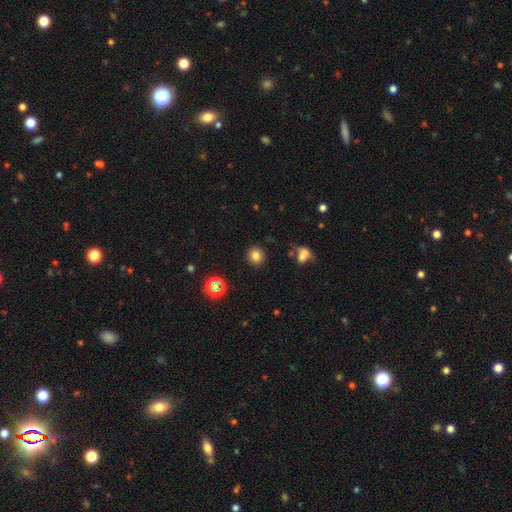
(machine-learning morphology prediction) Smooth or featured? smooth (78%)
How rounded? round (85%)
Merging? none (87%)